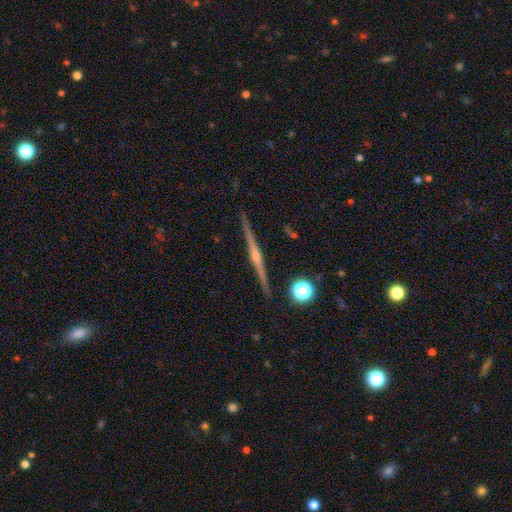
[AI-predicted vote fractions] Smooth or featured?
  - featured or disk: 84% *
  - smooth: 9%
  - star or artifact: 6%
Edge-on disk?
  - yes: 99% *
  - no: 1%
Edge-on bulge?
  - rounded: 87% *
  - none: 7%
  - boxy: 5%
Merging?
  - none: 92% *
  - minor disturbance: 5%
  - major disturbance: 1%
  - merger: 1%